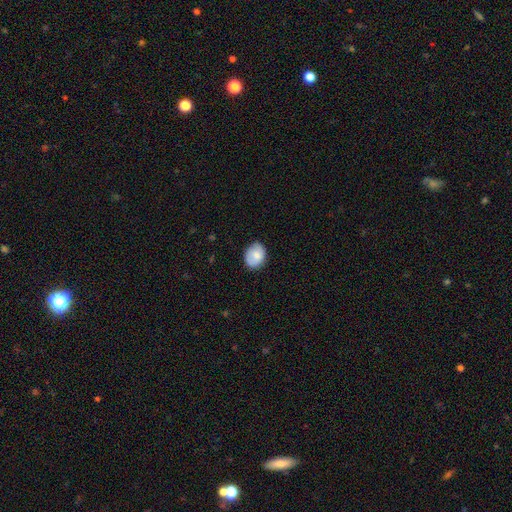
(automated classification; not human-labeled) smooth 76%, featured or disk 16%, star or artifact 7%. Down the decision tree: how rounded — in between (55%); merging — none (79%).